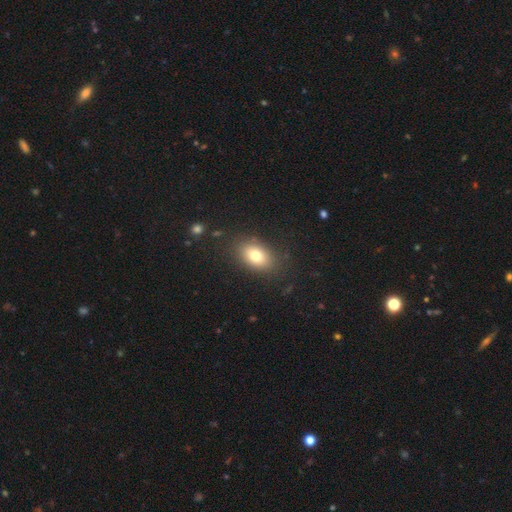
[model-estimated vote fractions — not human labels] Smooth or featured: smooth — 77% (featured or disk — 13%)
How rounded: in between — 82% (round — 17%)
Merging: none — 83% (minor disturbance — 11%)